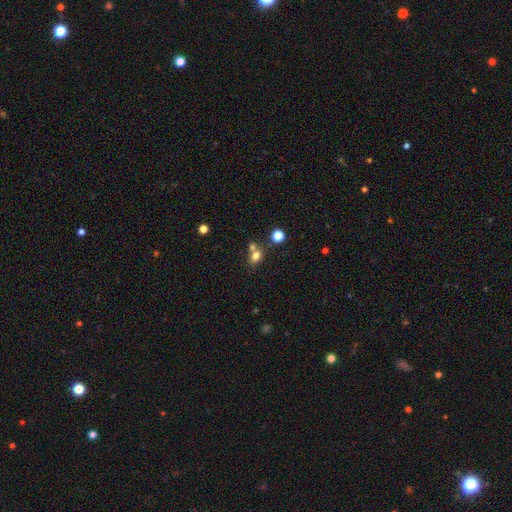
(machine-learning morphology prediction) smooth 75%, star or artifact 15%, featured or disk 10%. Down the decision tree: how rounded — in between (51%); merging — none (50%).